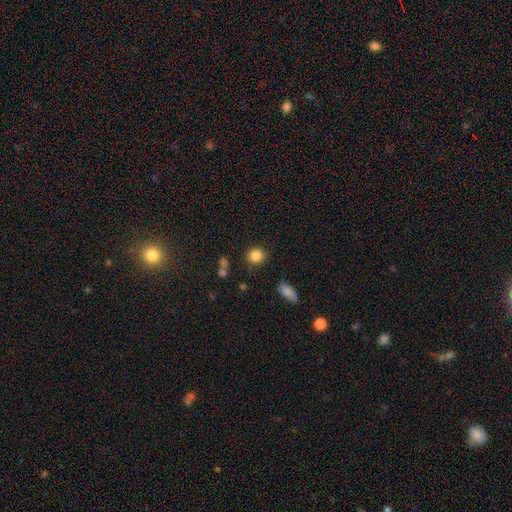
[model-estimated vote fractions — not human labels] Smooth or featured? smooth (86%)
How rounded? round (81%)
Merging? none (84%)